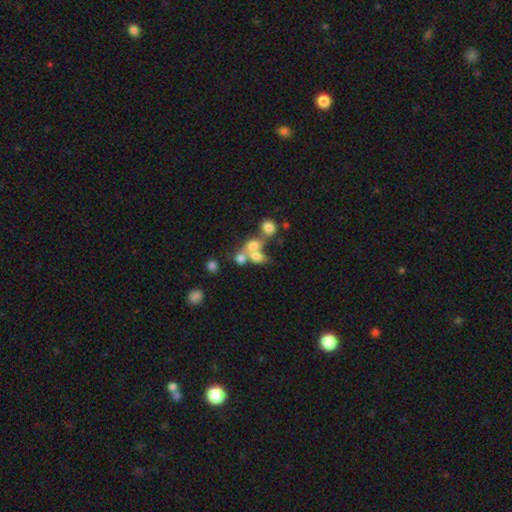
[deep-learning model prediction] Smooth or featured: smooth — 61% (featured or disk — 25%)
How rounded: in between — 56% (round — 41%)
Merging: merger — 58% (none — 25%)